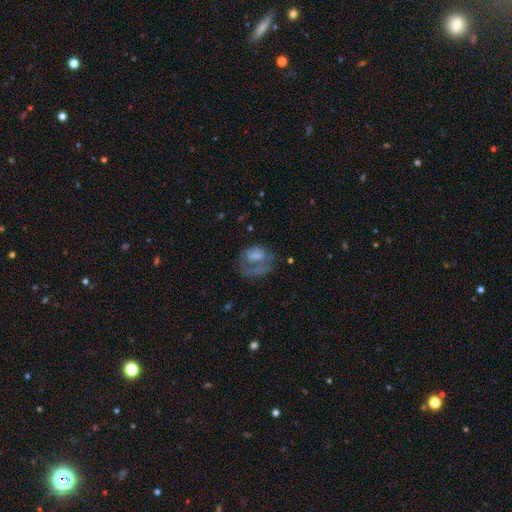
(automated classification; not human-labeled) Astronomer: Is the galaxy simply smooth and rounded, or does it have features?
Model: featured or disk — 44% (runner-up: smooth, 40%).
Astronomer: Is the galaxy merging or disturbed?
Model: none — 38% (runner-up: major disturbance, 37%).